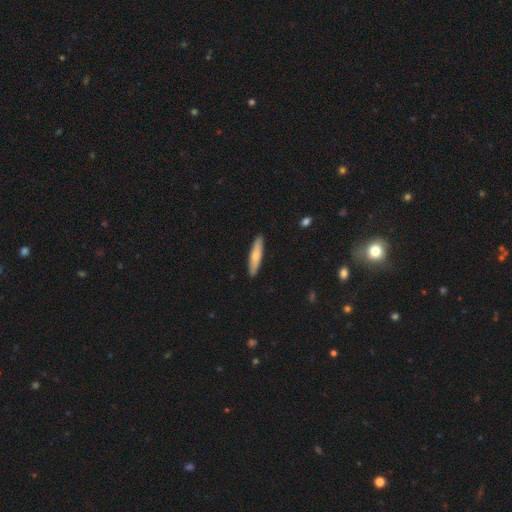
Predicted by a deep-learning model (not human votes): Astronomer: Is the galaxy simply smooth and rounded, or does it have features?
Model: smooth — 68%.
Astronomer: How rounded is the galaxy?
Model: cigar-shaped — 84%.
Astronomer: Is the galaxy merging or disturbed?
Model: none — 91%.